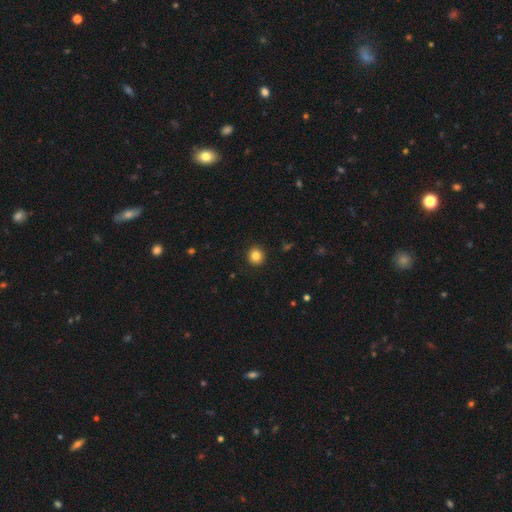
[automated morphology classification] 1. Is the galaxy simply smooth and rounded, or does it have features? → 84% smooth, 11% star or artifact, 5% featured or disk.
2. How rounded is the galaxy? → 93% round, 6% in between, 1% cigar-shaped.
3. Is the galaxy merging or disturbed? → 93% none, 5% minor disturbance, 2% major disturbance, 1% merger.